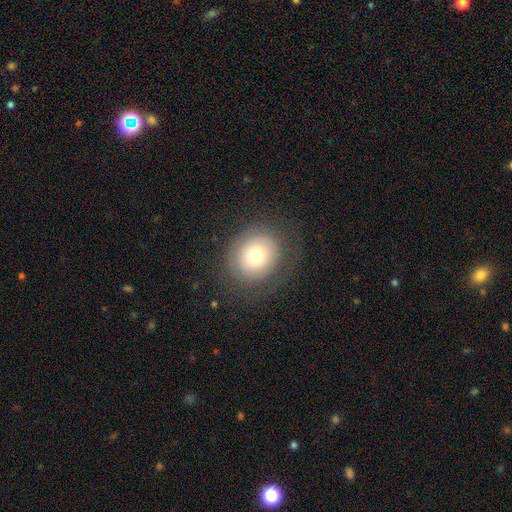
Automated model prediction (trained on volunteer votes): This appears to be a smooth galaxy with no disk features (65%) that is round (77%). Merging: none (73%).